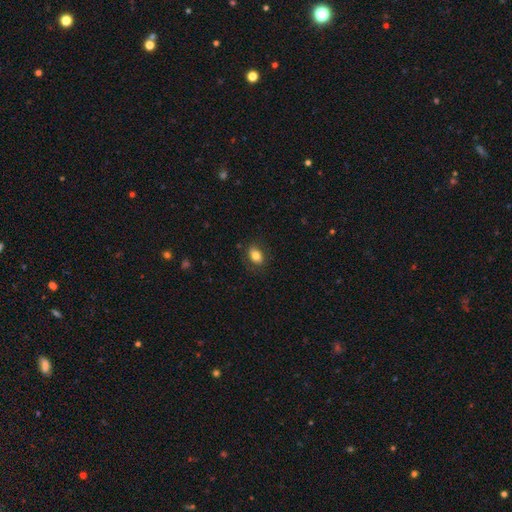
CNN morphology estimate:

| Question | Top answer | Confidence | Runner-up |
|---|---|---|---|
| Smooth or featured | smooth | 79% | featured or disk (12%) |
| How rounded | in between | 82% | round (16%) |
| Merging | none | 81% | minor disturbance (14%) |